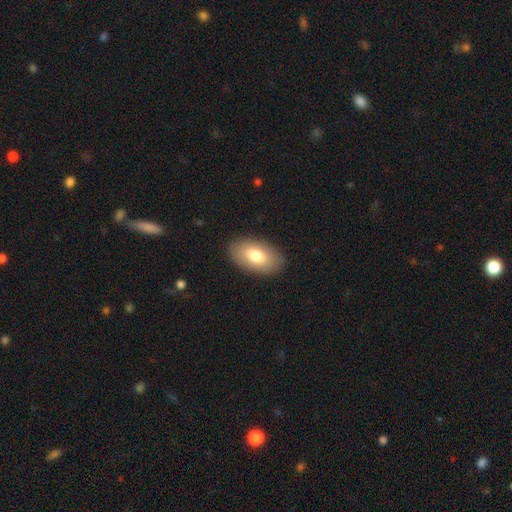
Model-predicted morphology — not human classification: Smooth or featured? Predicted: smooth (p=0.77). How rounded? Predicted: in between (p=0.94). Merging? Predicted: none (p=0.87).